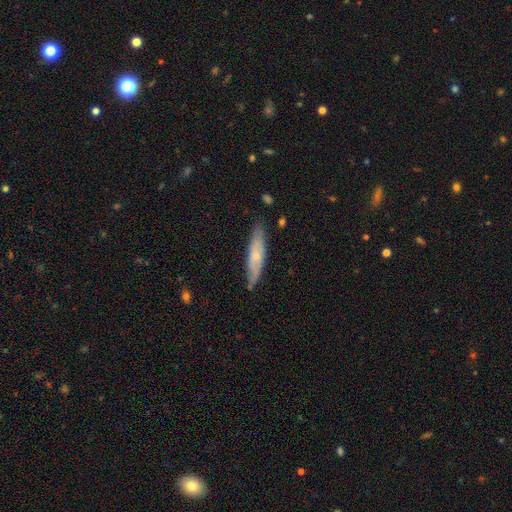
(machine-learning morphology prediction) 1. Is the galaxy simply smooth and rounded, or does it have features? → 54% smooth, 41% featured or disk, 6% star or artifact.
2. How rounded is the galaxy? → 79% cigar-shaped, 20% in between, 2% round.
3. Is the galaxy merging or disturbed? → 78% none, 17% minor disturbance, 3% major disturbance, 2% merger.